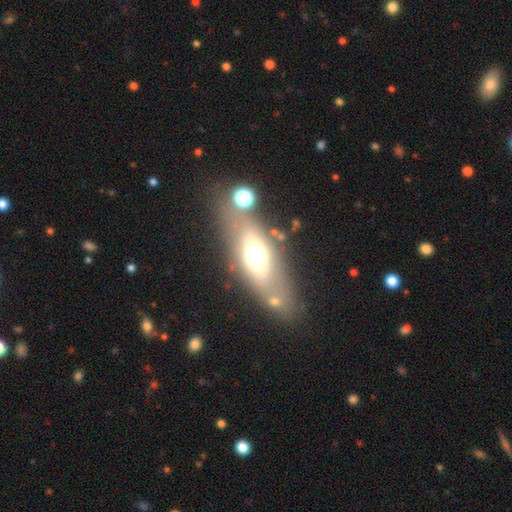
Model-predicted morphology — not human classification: A smooth galaxy with no disk features (49%). Merging: none (72%).